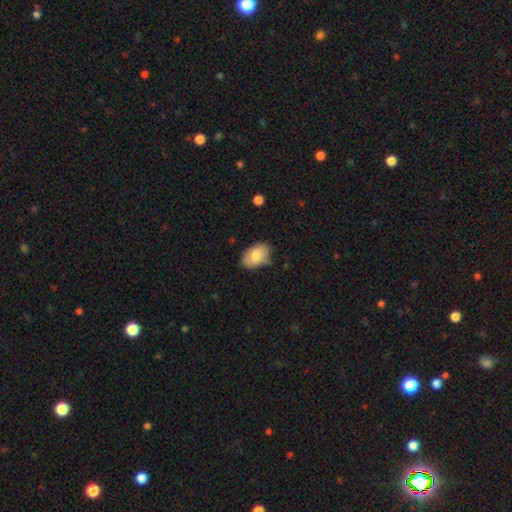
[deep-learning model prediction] smooth_or_featured: smooth (p=0.78) [alt: featured or disk p=0.15]
how_rounded: in between (p=0.88) [alt: round p=0.11]
merging: none (p=0.66) [alt: minor disturbance p=0.27]